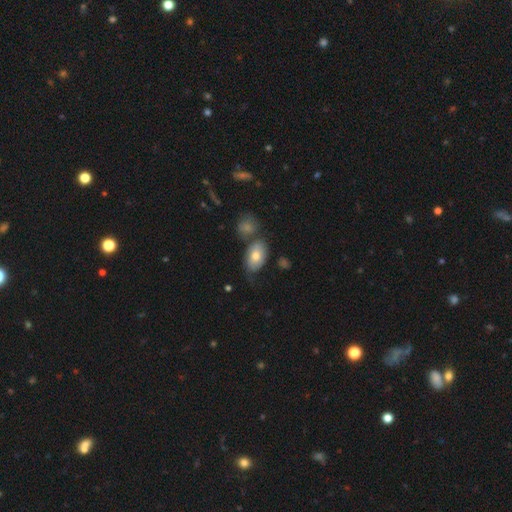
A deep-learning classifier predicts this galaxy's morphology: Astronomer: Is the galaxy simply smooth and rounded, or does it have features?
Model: smooth — 73%.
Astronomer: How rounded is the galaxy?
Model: in between — 91%.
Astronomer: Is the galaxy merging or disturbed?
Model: none — 51%.